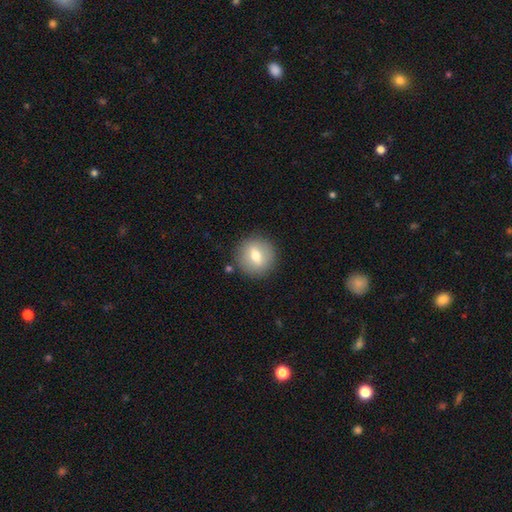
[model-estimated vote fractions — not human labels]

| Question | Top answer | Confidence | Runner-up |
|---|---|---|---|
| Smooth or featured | smooth | 64% | featured or disk (27%) |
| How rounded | round | 88% | in between (11%) |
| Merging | none | 87% | minor disturbance (8%) |